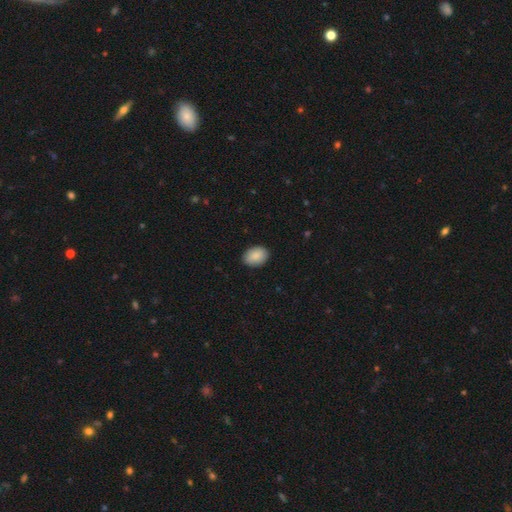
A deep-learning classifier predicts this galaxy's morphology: A smooth galaxy with no disk features (90%) that is in between round and cigar-shaped (82%). Merging: none (89%).